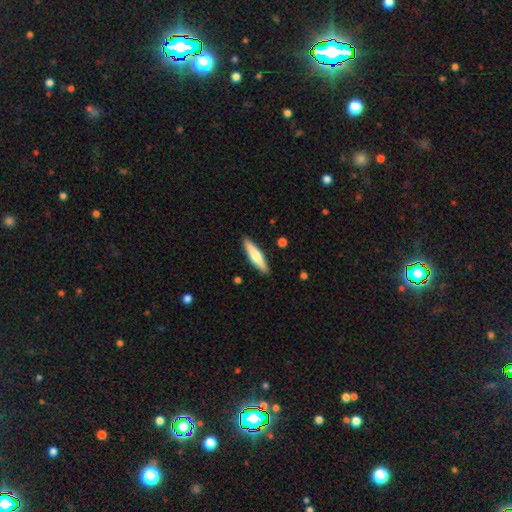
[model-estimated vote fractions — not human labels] smooth-or-featured: smooth: 60% | featured or disk: 35% | star or artifact: 5%
  how-rounded: cigar-shaped: 81% | in between: 18% | round: 1%
  merging: none: 90% | minor disturbance: 8% | major disturbance: 2% | merger: 1%